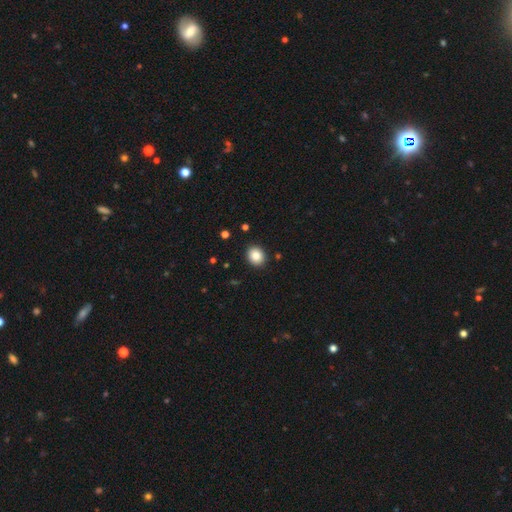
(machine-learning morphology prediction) smooth_or_featured: smooth (p=0.85) [alt: star or artifact p=0.09]
how_rounded: round (p=0.62) [alt: in between p=0.37]
merging: none (p=0.91) [alt: minor disturbance p=0.06]